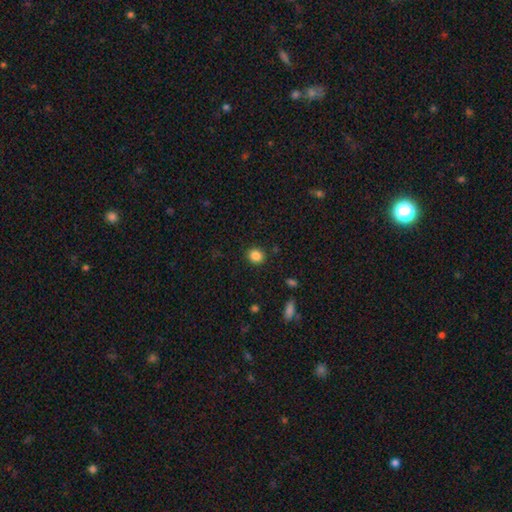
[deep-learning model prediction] A smooth galaxy with no disk features (86%) that is round (74%).

Vote fractions:
- Smooth or featured? smooth: 86% / star or artifact: 10% / featured or disk: 4%
- How rounded? round: 74% / in between: 25% / cigar-shaped: 1%
- Merging? none: 89% / minor disturbance: 7% / major disturbance: 2% / merger: 1%